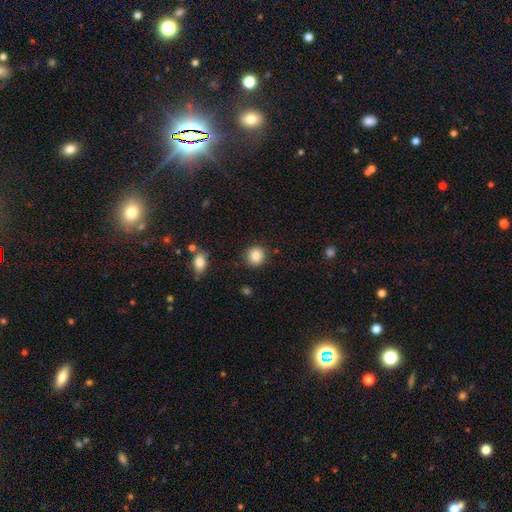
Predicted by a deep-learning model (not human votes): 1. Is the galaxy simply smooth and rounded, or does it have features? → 84% smooth, 9% star or artifact, 7% featured or disk.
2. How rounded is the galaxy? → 88% round, 11% in between, 1% cigar-shaped.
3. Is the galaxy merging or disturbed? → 89% none, 7% minor disturbance, 2% major disturbance, 2% merger.